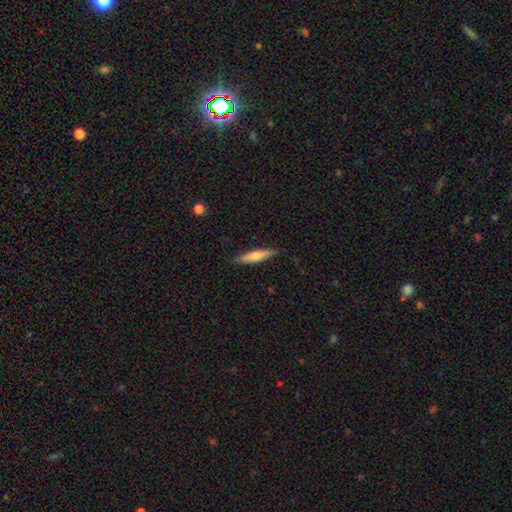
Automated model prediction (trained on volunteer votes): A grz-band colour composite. It shows a smooth galaxy with no disk features (61%) that is cigar-shaped (86%). Merging: none (87%).